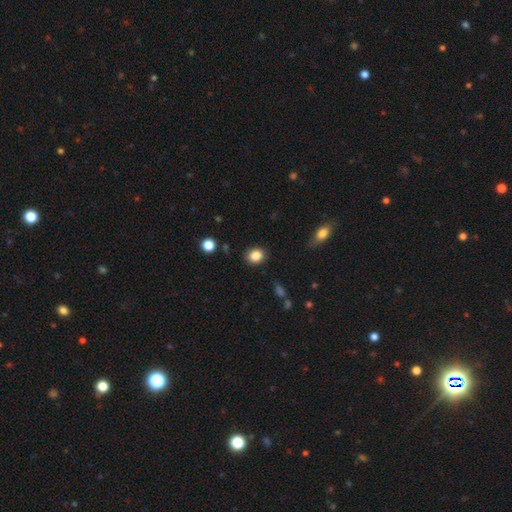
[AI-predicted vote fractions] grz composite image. It shows a smooth galaxy with no disk features (84%) that is round (67%). Merging: none (88%).